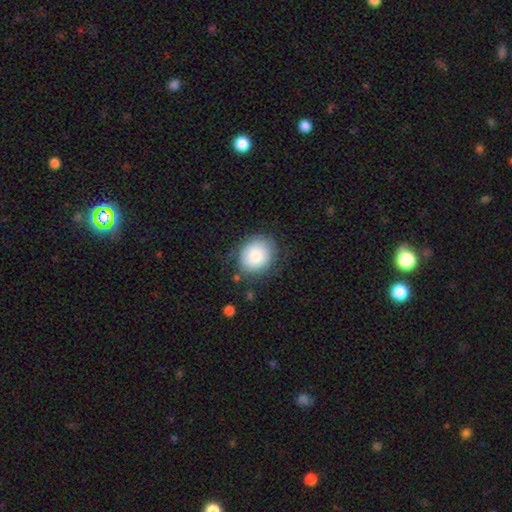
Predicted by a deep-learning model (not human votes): smooth 83%, featured or disk 9%, star or artifact 7%. Down the decision tree: how rounded — round (63%); merging — none (73%).